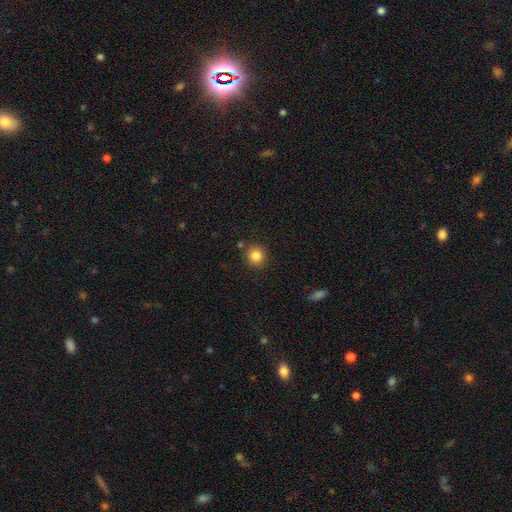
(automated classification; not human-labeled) This appears to be a smooth galaxy with no disk features (84%) that is round (89%). Merging: none (85%).